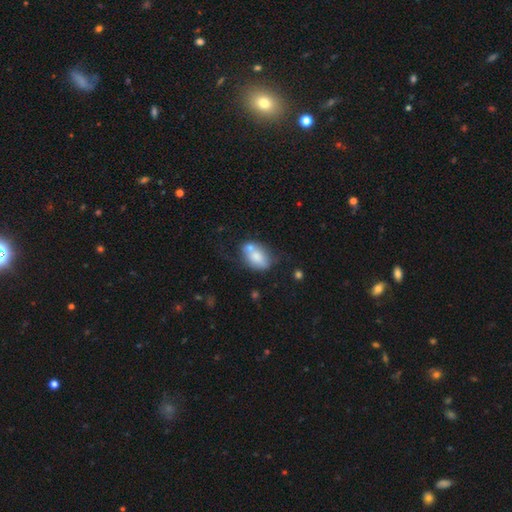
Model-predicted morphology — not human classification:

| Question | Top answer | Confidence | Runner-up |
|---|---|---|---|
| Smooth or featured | smooth | 69% | featured or disk (23%) |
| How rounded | in between | 83% | round (15%) |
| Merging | none | 40% | merger (32%) |